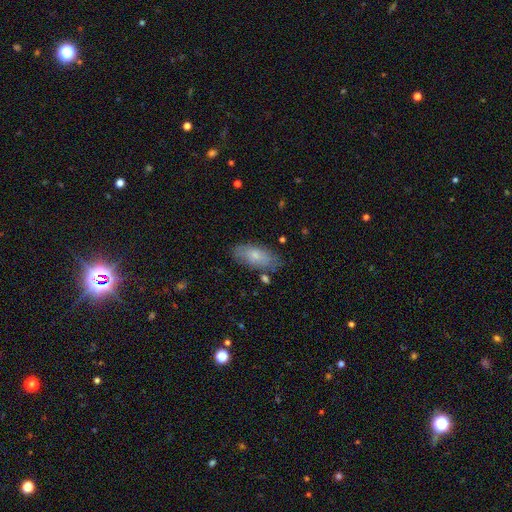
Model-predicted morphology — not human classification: This is likely a smooth galaxy (72%). How rounded: clearly in between (87%). Merging: likely none (74%).